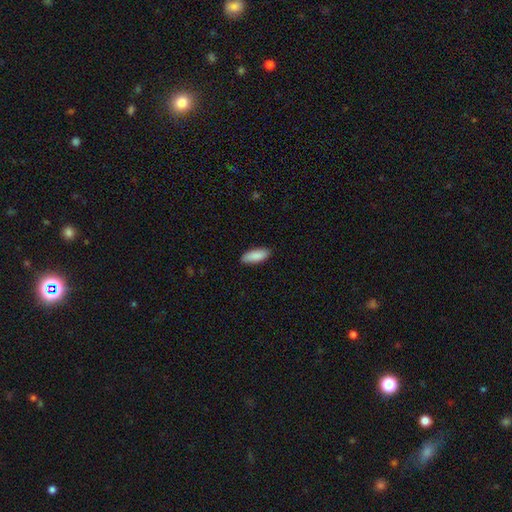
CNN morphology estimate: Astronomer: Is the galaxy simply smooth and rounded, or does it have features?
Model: smooth — 90%.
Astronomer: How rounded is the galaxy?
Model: in between — 74%.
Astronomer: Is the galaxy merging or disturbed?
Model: none — 89%.